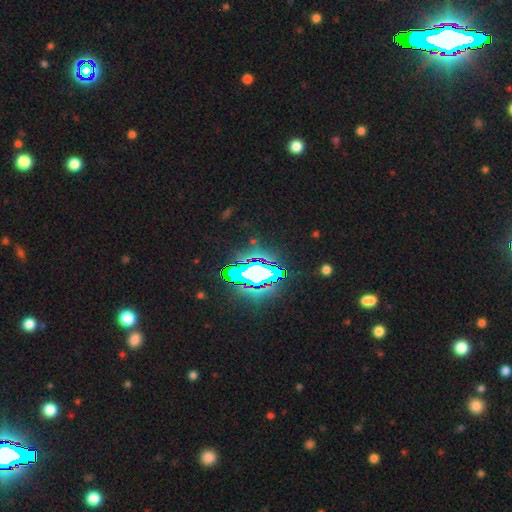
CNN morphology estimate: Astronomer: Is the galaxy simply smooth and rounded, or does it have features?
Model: star or artifact — 83%.